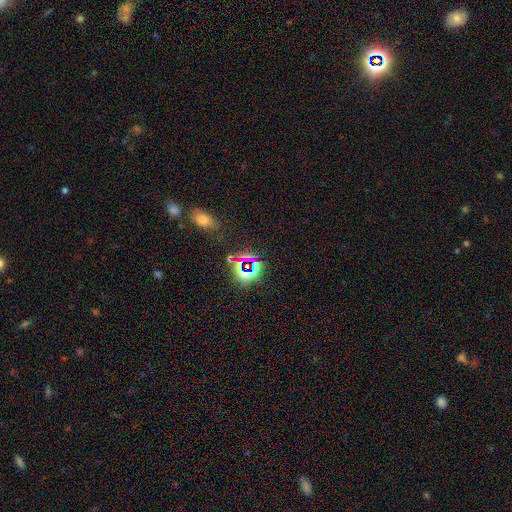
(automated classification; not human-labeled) This is likely a star or artifact rather than a galaxy (73%).